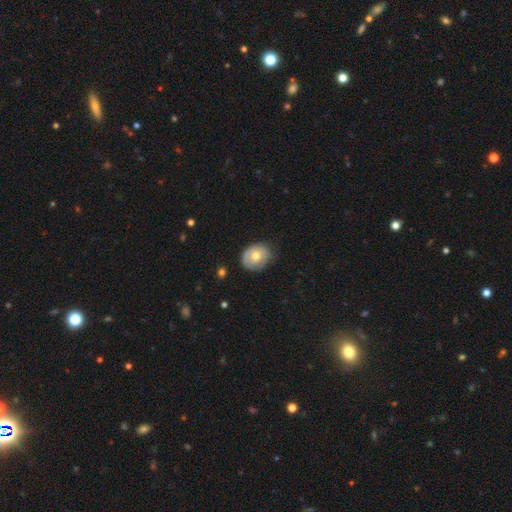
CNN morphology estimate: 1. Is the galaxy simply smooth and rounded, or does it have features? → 66% smooth, 27% featured or disk, 7% star or artifact.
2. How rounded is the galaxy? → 56% round, 43% in between, 1% cigar-shaped.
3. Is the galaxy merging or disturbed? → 65% none, 28% minor disturbance, 6% major disturbance, 1% merger.